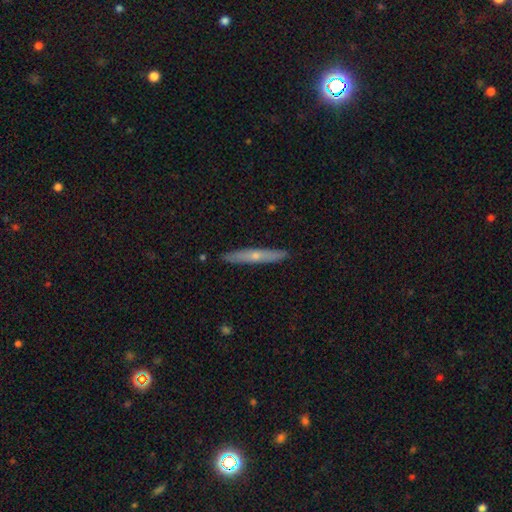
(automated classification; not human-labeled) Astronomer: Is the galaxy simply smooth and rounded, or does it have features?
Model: featured or disk — 51% (runner-up: smooth, 43%).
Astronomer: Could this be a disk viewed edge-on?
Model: yes — 90%.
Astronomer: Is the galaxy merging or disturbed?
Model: none — 90%.